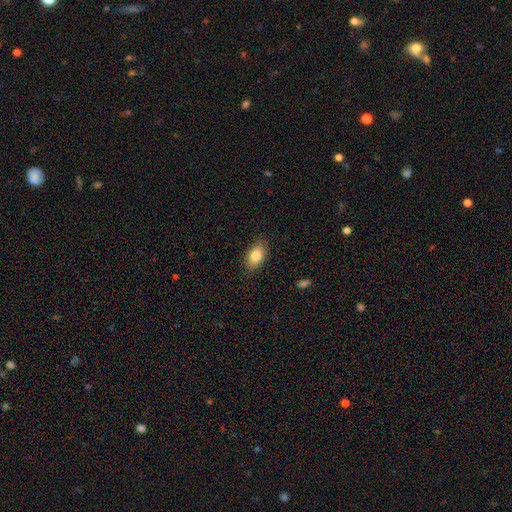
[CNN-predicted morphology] Overall: smooth (83%). How rounded: in between (90%). Merging: none (87%).